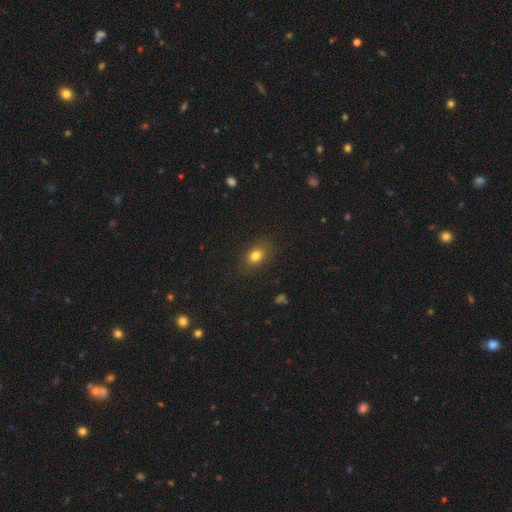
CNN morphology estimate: Smooth or featured? Predicted: smooth (p=0.80). How rounded? Predicted: in between (p=0.70). Merging? Predicted: none (p=0.82).